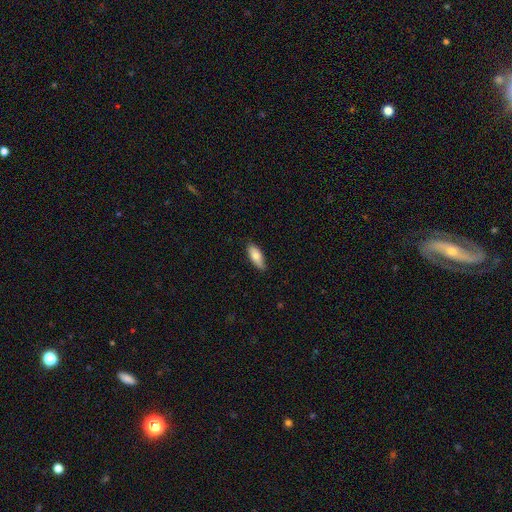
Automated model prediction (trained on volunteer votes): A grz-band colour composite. It shows a smooth galaxy with no disk features (83%) that is in between round and cigar-shaped (75%). Merging: none (79%).